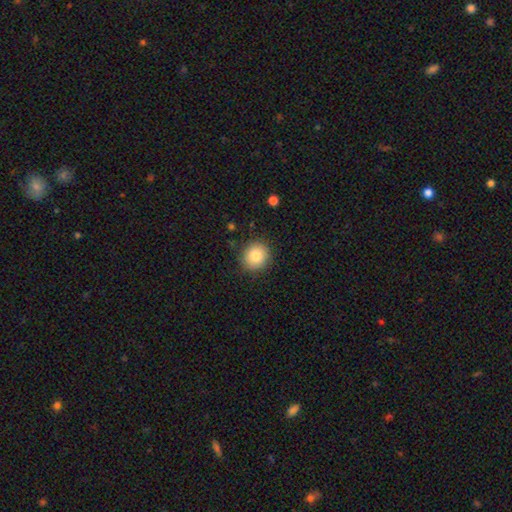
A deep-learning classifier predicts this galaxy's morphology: smooth_or_featured: smooth (p=0.81) [alt: star or artifact p=0.10]
how_rounded: round (p=0.85) [alt: in between p=0.14]
merging: none (p=0.88) [alt: minor disturbance p=0.09]